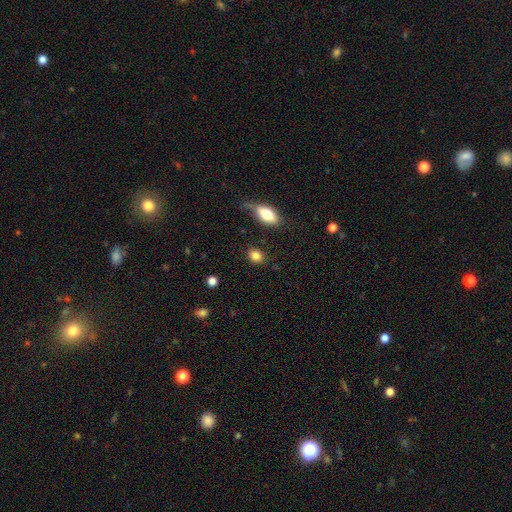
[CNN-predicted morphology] This appears to be a smooth galaxy with no disk features (85%) that is round (57%). Merging: none (83%).